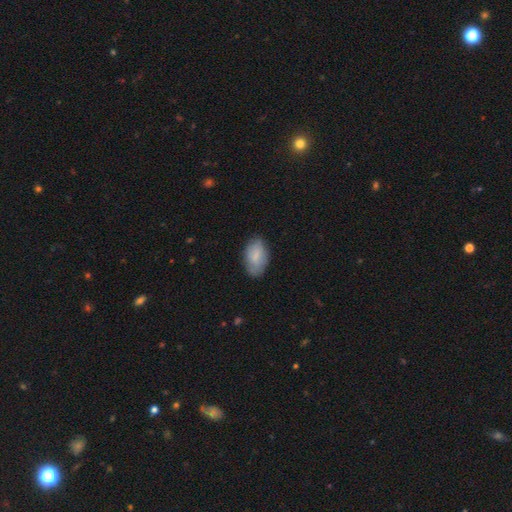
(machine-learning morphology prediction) Smooth or featured? smooth (78%)
How rounded? in between (93%)
Merging? none (73%)